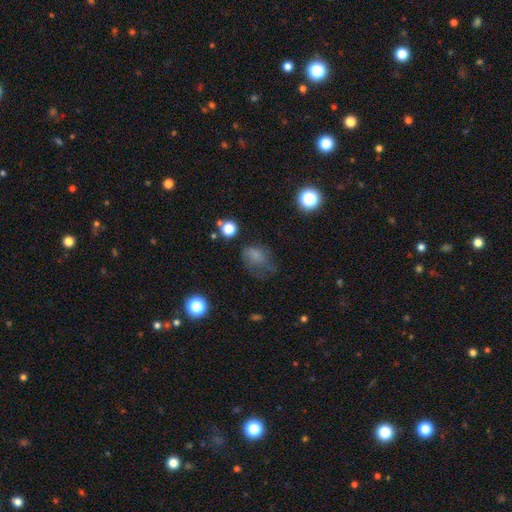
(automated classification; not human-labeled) A smooth galaxy with no disk features (66%) that is in between round and cigar-shaped (60%). Merging: none (34%, tied with major disturbance).